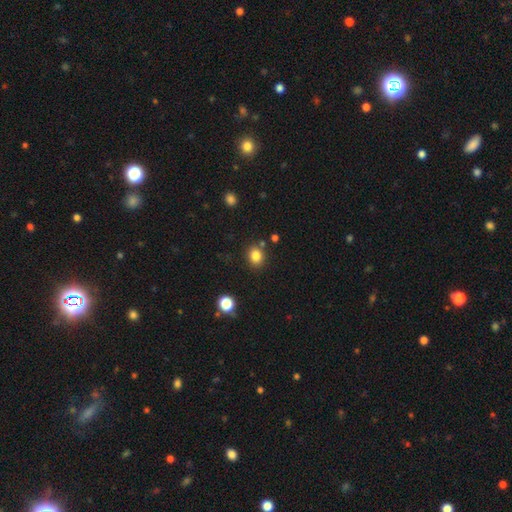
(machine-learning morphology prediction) smooth_or_featured: smooth (p=0.83) [alt: star or artifact p=0.12]
how_rounded: round (p=0.61) [alt: in between p=0.38]
merging: none (p=0.81) [alt: minor disturbance p=0.10]